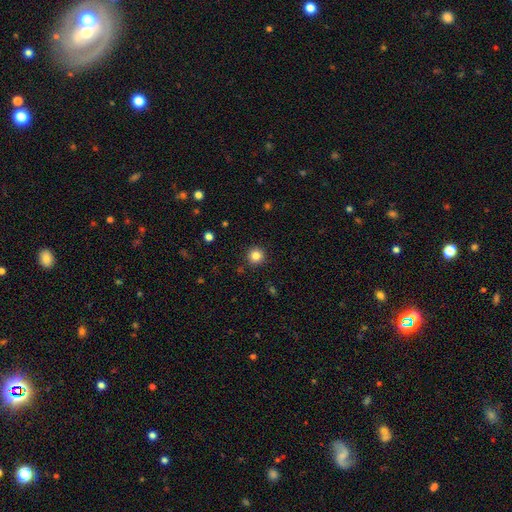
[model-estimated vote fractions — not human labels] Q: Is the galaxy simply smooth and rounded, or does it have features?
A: smooth — 84%.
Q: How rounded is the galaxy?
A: round — 95%.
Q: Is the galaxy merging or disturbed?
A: none — 92%.